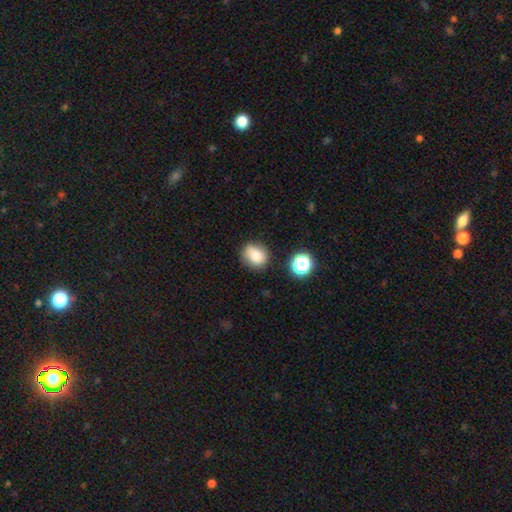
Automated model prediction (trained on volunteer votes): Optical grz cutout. It shows a smooth galaxy with no disk features (80%) that is round (62%). Merging: none (69%).